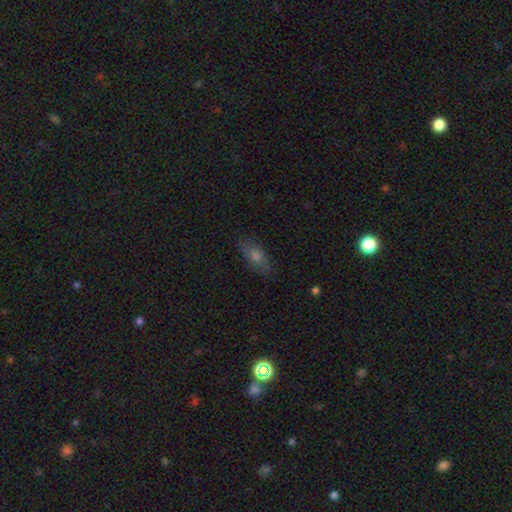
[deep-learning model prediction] Smooth or featured? Predicted: smooth (p=0.57). How rounded? Predicted: in between (p=0.74). Merging? Predicted: none (p=0.82).